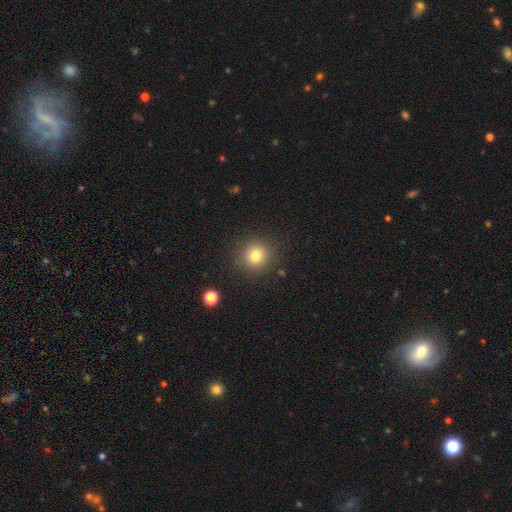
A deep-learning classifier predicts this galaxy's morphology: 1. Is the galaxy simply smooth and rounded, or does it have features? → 78% smooth, 13% star or artifact, 9% featured or disk.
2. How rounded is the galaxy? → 91% round, 8% in between, 1% cigar-shaped.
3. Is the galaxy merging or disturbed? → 88% none, 7% minor disturbance, 3% major disturbance, 2% merger.